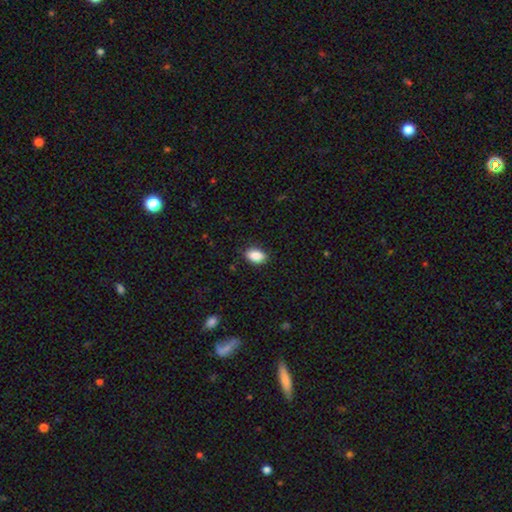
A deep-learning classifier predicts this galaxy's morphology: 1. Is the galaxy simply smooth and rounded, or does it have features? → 88% smooth, 8% star or artifact, 4% featured or disk.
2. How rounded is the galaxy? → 89% in between, 9% round, 2% cigar-shaped.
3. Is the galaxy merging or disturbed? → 86% none, 11% minor disturbance, 2% major disturbance, 1% merger.